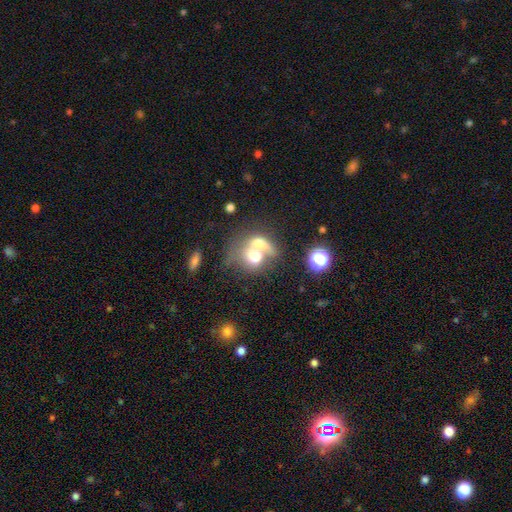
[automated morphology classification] The model was most divided on "how rounded": round: 59%, in between: 39%, cigar-shaped: 2%. More confident: merging — merger (72%); smooth or featured — smooth (63%).